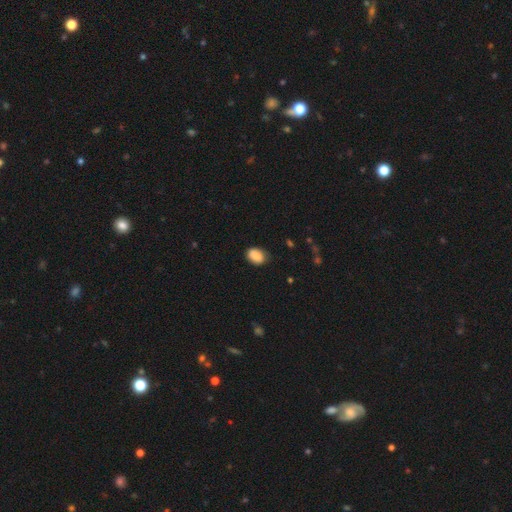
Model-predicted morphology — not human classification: This appears to be a smooth galaxy with no disk features (89%) that is in between round and cigar-shaped (77%). Merging: none (78%).